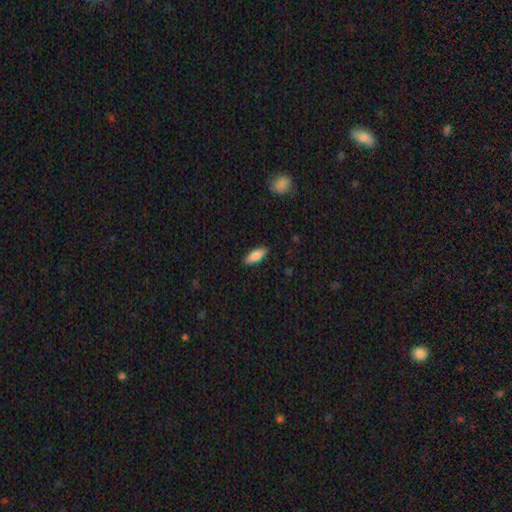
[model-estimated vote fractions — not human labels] smooth_or_featured: smooth (p=0.84) [alt: featured or disk p=0.10]
how_rounded: in between (p=0.76) [alt: cigar-shaped p=0.22]
merging: none (p=0.88) [alt: minor disturbance p=0.09]